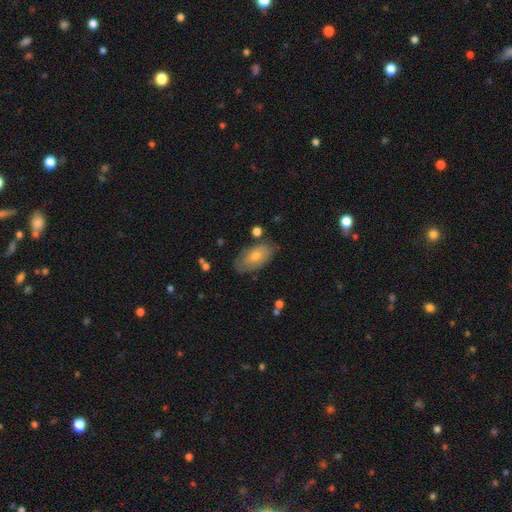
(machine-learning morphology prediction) Smooth or featured?
  - smooth: 57% *
  - featured or disk: 34%
  - star or artifact: 9%
How rounded?
  - in between: 91% *
  - cigar-shaped: 5%
  - round: 4%
Merging?
  - none: 75% *
  - minor disturbance: 18%
  - major disturbance: 4%
  - merger: 2%